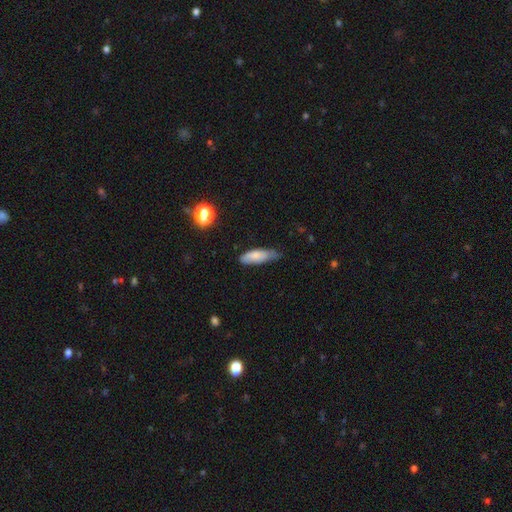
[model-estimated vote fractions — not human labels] Overall: smooth (77%). How rounded: in between (55%; cigar-shaped 42%). Merging: none (49%; minor disturbance 42%).